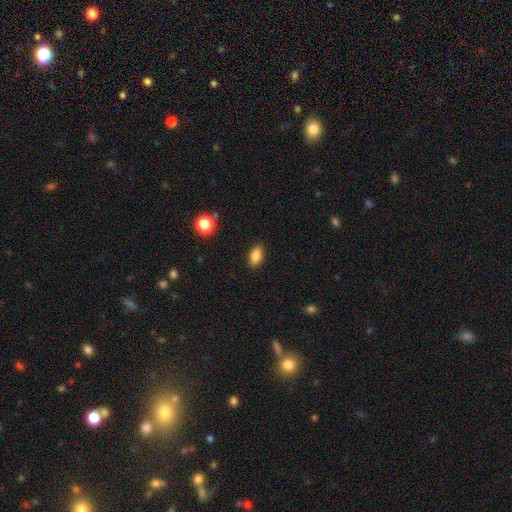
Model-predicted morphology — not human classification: A smooth galaxy with no disk features (86%) that is in between round and cigar-shaped (89%). Merging: none (88%).